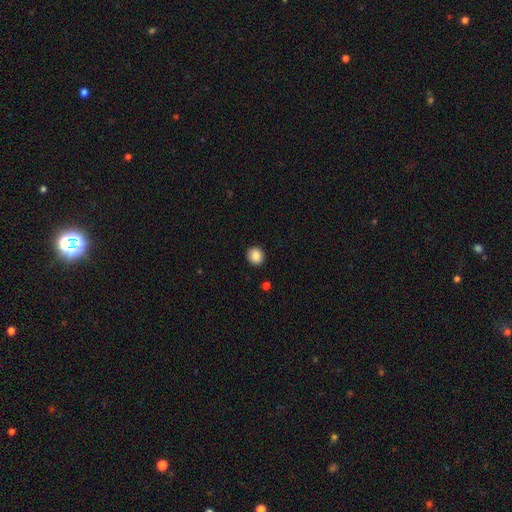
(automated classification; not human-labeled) Overall: smooth (88%). How rounded: round (83%). Merging: none (91%).